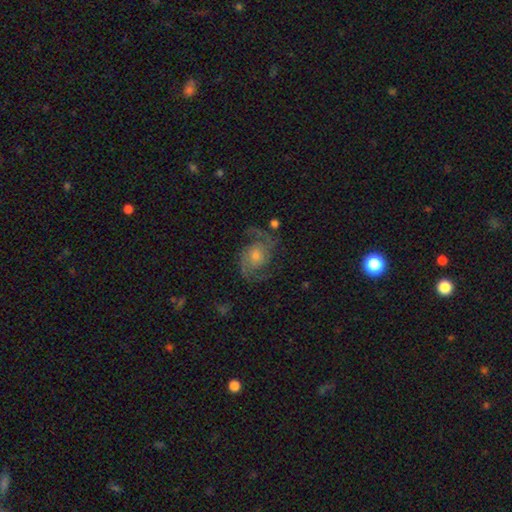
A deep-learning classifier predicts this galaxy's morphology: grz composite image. It shows a featured or disk galaxy (84%) with no bar (65%), 2 (83%) medium (53%) spiral arms (96%) and a moderate central bulge (46%). Merging: none (71%).